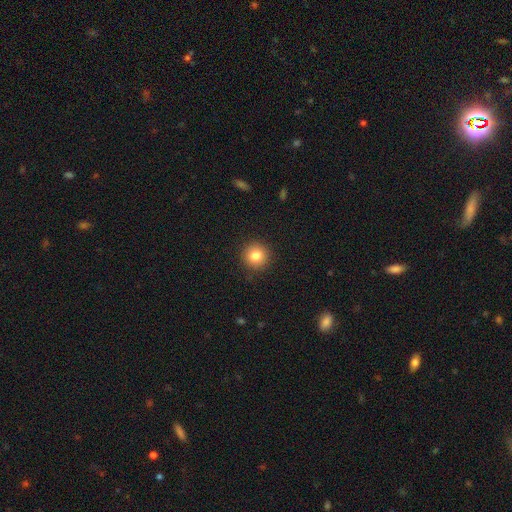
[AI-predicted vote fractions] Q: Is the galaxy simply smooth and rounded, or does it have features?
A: smooth — 82%.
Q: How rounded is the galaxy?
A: round — 94%.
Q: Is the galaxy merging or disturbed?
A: none — 91%.